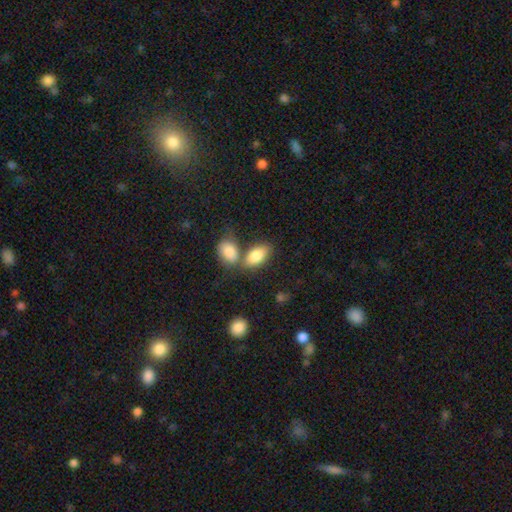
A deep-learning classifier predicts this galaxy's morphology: This is clearly a smooth galaxy (84%). How rounded: clearly in between (92%). Merging: marginally none (43%).